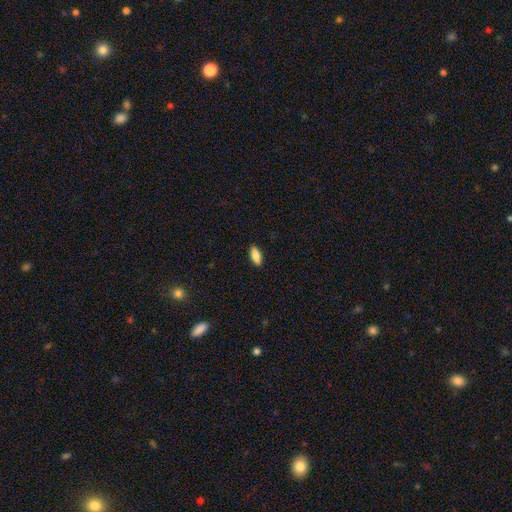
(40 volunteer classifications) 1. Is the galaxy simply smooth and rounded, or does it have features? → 88% smooth, 8% featured or disk, 5% star or artifact.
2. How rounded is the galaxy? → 71% in between, 26% cigar-shaped, 3% round.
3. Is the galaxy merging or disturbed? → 97% none, 3% minor disturbance, 0% major disturbance, 0% merger.